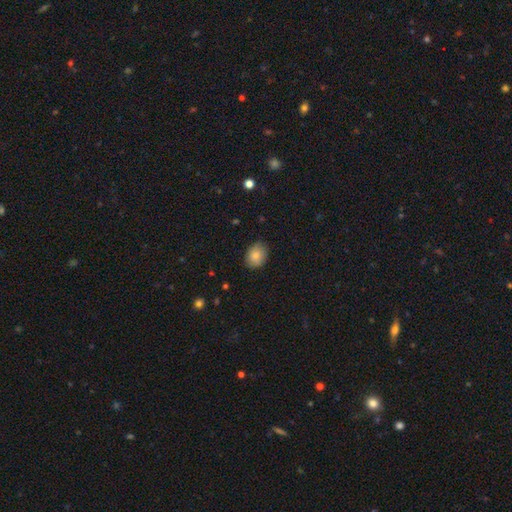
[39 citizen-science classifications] smooth 92%, star or artifact 5%, featured or disk 3%. Down the decision tree: how rounded — in between (58%); merging — none (81%).